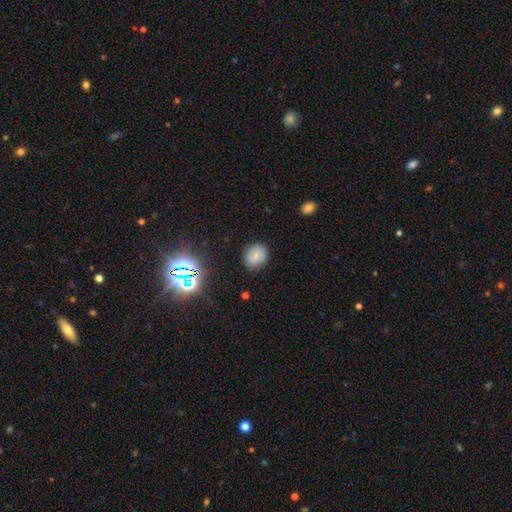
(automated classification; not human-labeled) Smooth or featured: smooth — 67% (featured or disk — 18%)
How rounded: round — 65% (in between — 34%)
Merging: none — 85% (minor disturbance — 10%)